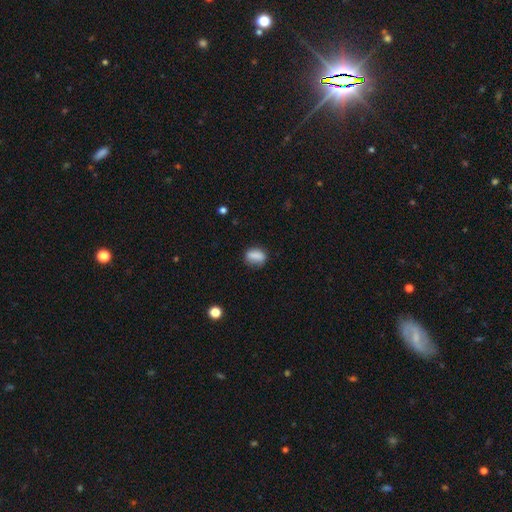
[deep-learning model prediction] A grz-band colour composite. It shows a smooth galaxy with no disk features (82%) that is in between round and cigar-shaped (70%). Merging: none (68%).